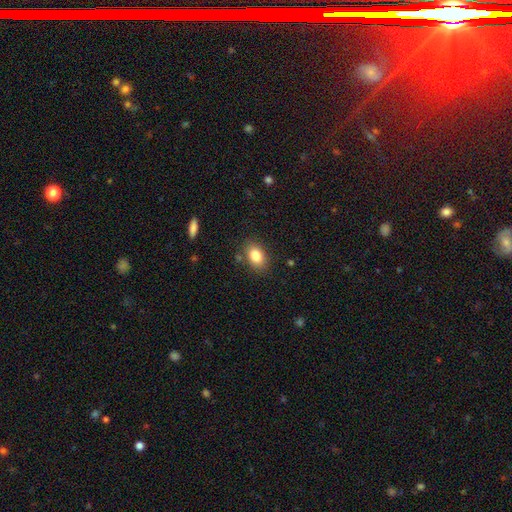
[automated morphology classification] The model was most divided on "how rounded": in between: 79%, round: 19%, cigar-shaped: 1%. More confident: smooth or featured — smooth (83%); merging — none (83%).